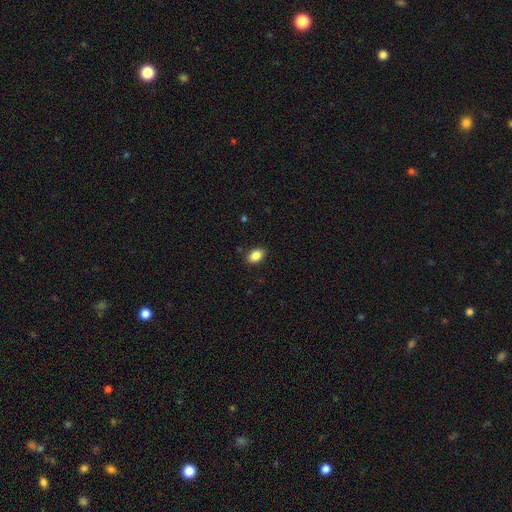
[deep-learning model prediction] smooth 87%, star or artifact 8%, featured or disk 5%. Down the decision tree: how rounded — in between (85%); merging — none (89%).